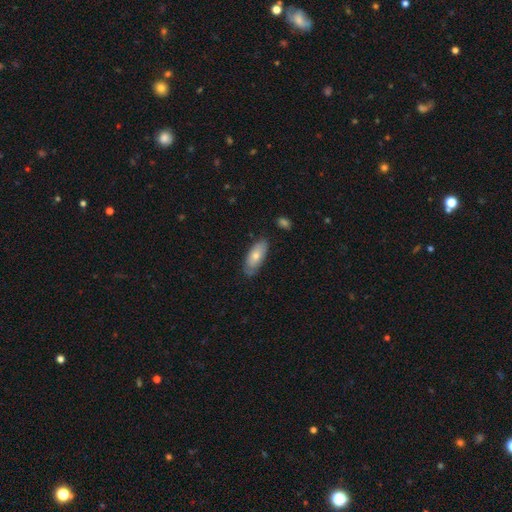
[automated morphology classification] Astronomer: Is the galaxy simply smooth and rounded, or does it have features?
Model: smooth — 69%.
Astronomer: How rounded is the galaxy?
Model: in between — 82%.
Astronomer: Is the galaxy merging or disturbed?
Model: none — 76%.